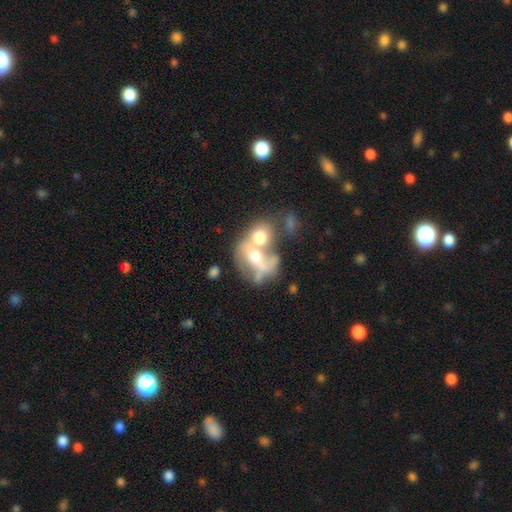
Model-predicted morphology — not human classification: A featured or disk galaxy (53%) with no bar (70%), no spiral arms (73%) and a moderate central bulge (61%).

Vote fractions:
- Smooth or featured? featured or disk: 53% / smooth: 35% / star or artifact: 11%
- Edge-on disk? no: 94% / yes: 6%
- Bar? no: 70% / weak: 19% / strong: 11%
- Spiral arms? no: 73% / yes: 27%
- Bulge size? moderate: 61% / small: 19% / large: 11% / none: 7% / dominant: 2%
- Merging? merger: 64% / none: 16% / major disturbance: 12% / minor disturbance: 8%